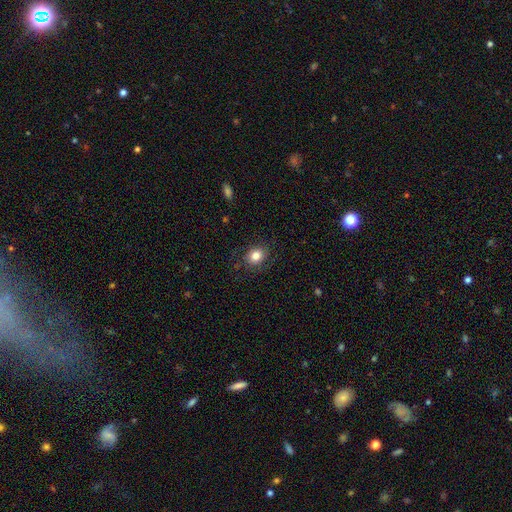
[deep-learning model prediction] smooth_or_featured: smooth (p=0.80) [alt: featured or disk p=0.10]
how_rounded: round (p=0.58) [alt: in between p=0.41]
merging: none (p=0.82) [alt: minor disturbance p=0.13]